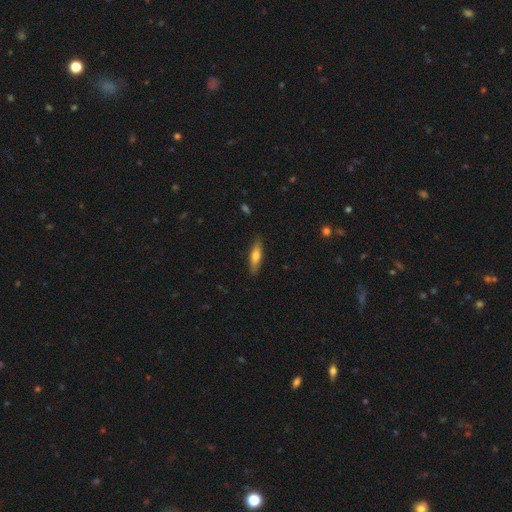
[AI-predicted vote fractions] This appears to be a smooth galaxy with no disk features (63%) that is cigar-shaped (68%). Merging: none (87%).